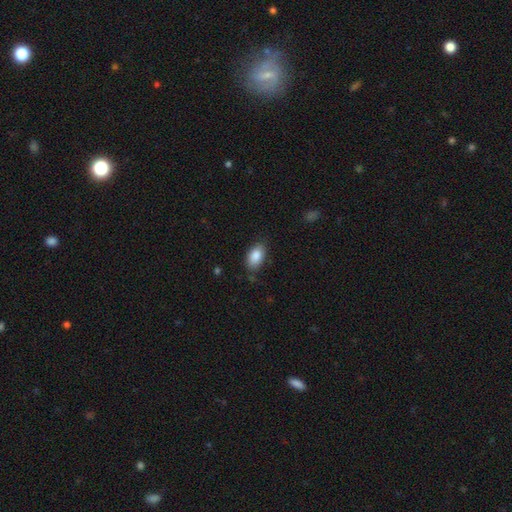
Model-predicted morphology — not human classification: type=smooth (87%); roundness=in between (92%); merging=none (79%).